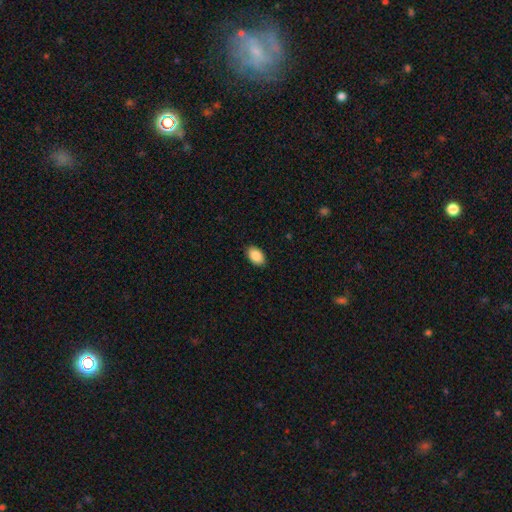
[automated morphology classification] smooth_or_featured: smooth (p=0.89) [alt: star or artifact p=0.07]
how_rounded: in between (p=0.90) [alt: round p=0.09]
merging: none (p=0.89) [alt: minor disturbance p=0.08]